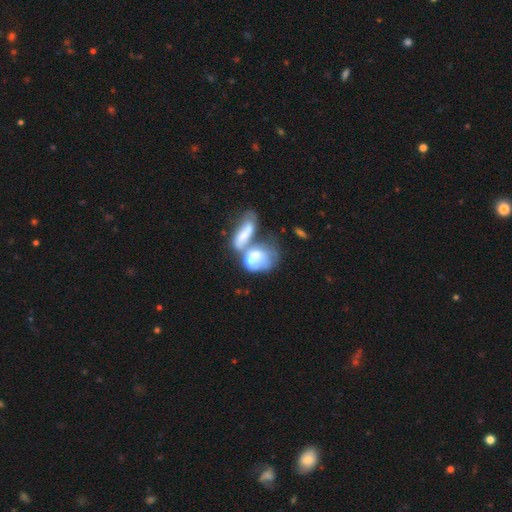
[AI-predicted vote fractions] Morphology: type=smooth (53%); roundness=in between (79%); merging=merger (70%).